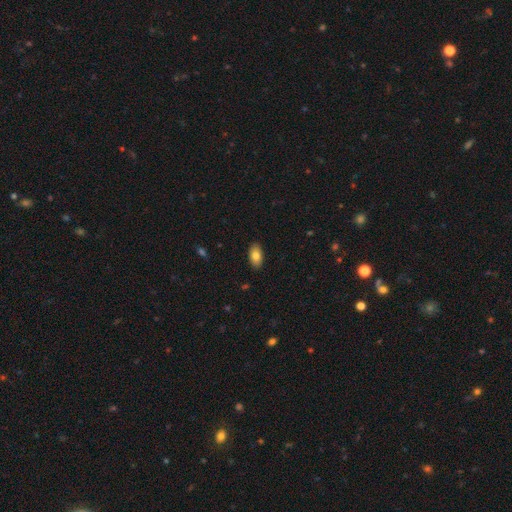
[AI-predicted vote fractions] Smooth or featured: smooth — 81% (featured or disk — 12%)
How rounded: in between — 94% (round — 4%)
Merging: none — 89% (minor disturbance — 8%)